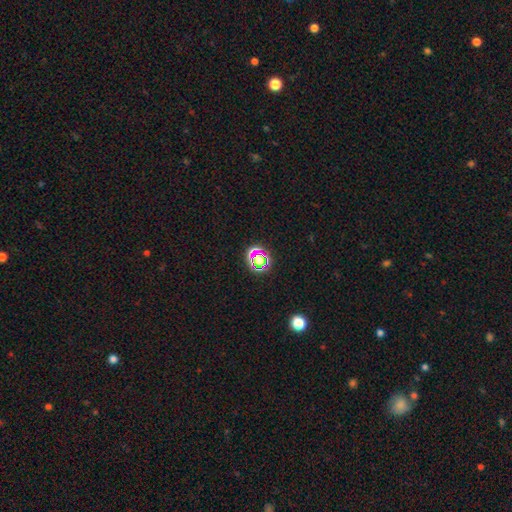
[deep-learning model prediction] A star or artifact, not a galaxy (58%).

Vote fractions:
- Smooth or featured? star or artifact: 58% / smooth: 31% / featured or disk: 11%